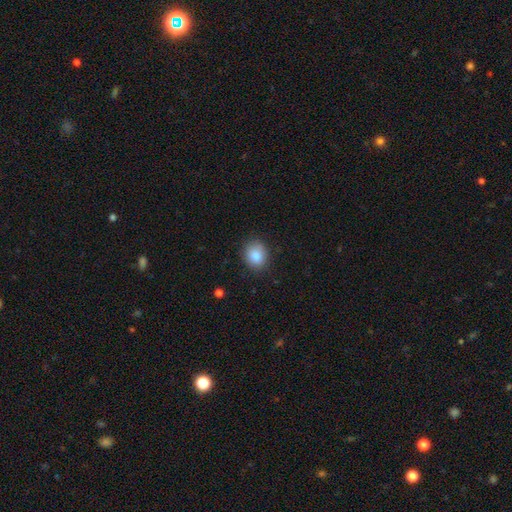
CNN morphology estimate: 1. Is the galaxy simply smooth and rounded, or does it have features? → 86% smooth, 8% star or artifact, 6% featured or disk.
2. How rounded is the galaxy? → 54% round, 45% in between, 1% cigar-shaped.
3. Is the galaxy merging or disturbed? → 83% none, 13% minor disturbance, 3% major disturbance, 1% merger.